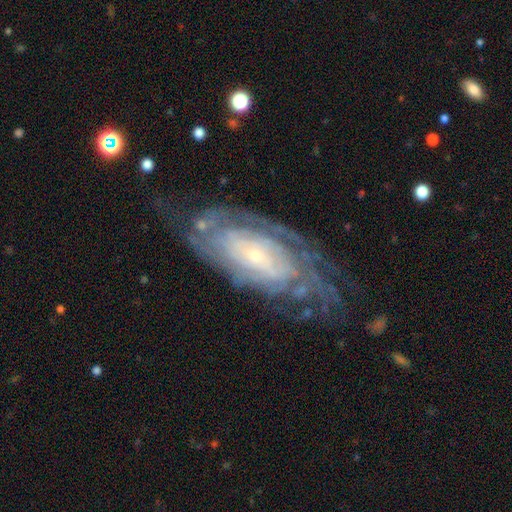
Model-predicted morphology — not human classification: This is clearly a featured or disk galaxy (82%). It is clearly not viewed edge-on (91%). Bar: likely no (66%). Spiral arm pattern: clearly yes (89%). Spiral arm count: possibly can't tell (55%). Spiral winding: likely tight (72%). Central bulge: likely small (75%). Merging: likely none (64%).